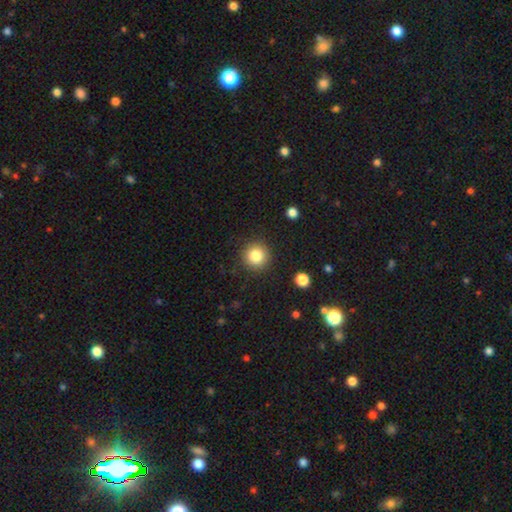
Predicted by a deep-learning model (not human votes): Overall: smooth (82%). How rounded: round (95%). Merging: none (90%).